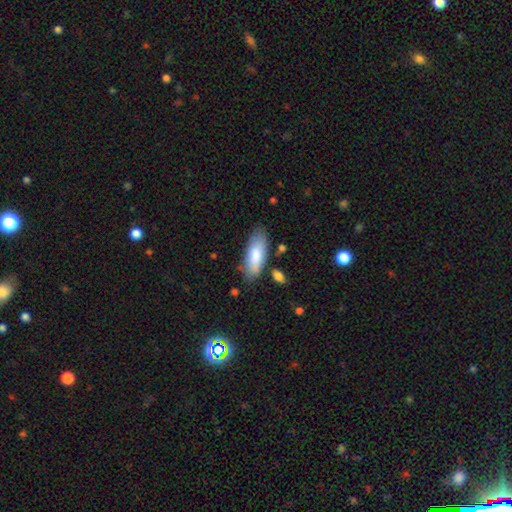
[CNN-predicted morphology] The model was most divided on "merging": none: 72%, minor disturbance: 19%, merger: 5%, major disturbance: 4%. More confident: smooth or featured — smooth (80%); how rounded — in between (77%).